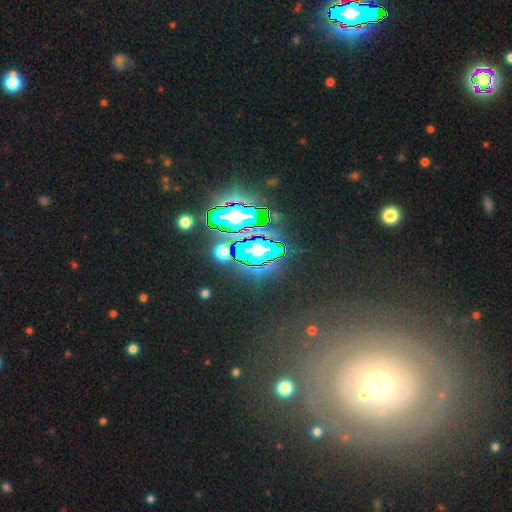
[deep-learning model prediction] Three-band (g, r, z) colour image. It shows a star or artifact, not a galaxy (73%).